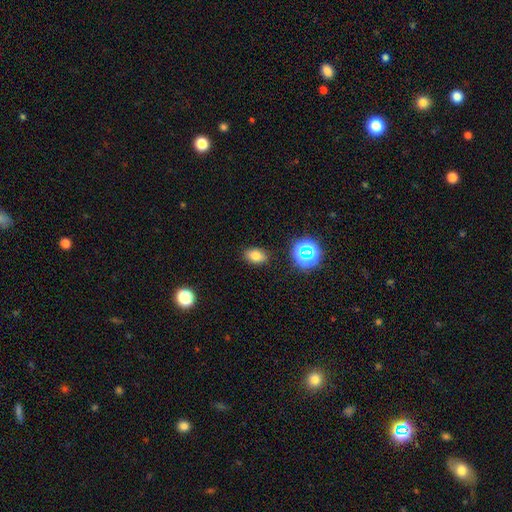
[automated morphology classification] smooth-or-featured: smooth: 73% | star or artifact: 17% | featured or disk: 10%
  how-rounded: in between: 78% | round: 20% | cigar-shaped: 2%
  merging: none: 85% | minor disturbance: 10% | major disturbance: 3% | merger: 2%